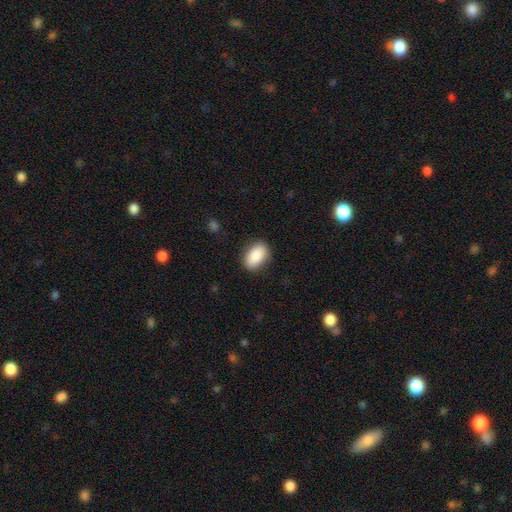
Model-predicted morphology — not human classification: Smooth or featured? Predicted: smooth (p=0.88). How rounded? Predicted: in between (p=0.91). Merging? Predicted: none (p=0.87).